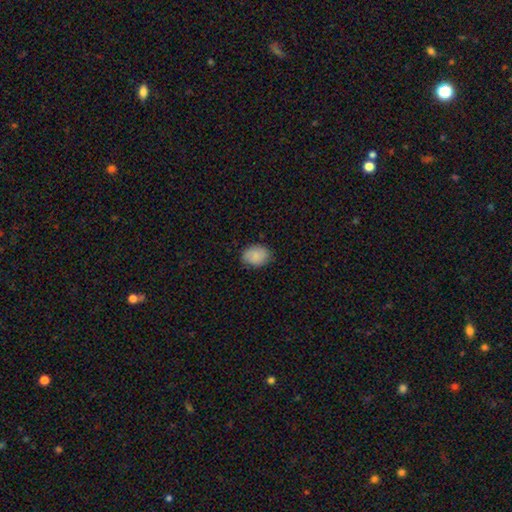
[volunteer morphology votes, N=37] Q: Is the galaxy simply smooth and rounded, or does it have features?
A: smooth — 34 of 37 (92%).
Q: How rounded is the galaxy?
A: in between — 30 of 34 (88%).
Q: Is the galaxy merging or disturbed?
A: none — 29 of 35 (83%).